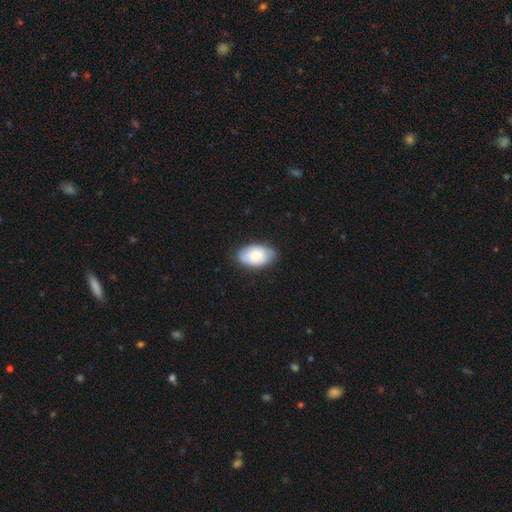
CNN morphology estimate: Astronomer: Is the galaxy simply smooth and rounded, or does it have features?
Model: smooth — 77%.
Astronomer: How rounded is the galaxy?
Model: in between — 93%.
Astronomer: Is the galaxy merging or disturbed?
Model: none — 79%.